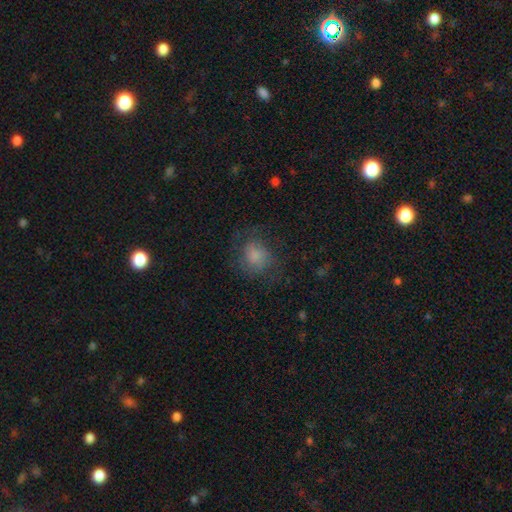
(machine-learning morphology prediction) The model was most divided on "merging": none: 59%, minor disturbance: 21%, major disturbance: 19%, merger: 1%. More confident: how rounded — round (71%); smooth or featured — smooth (70%).